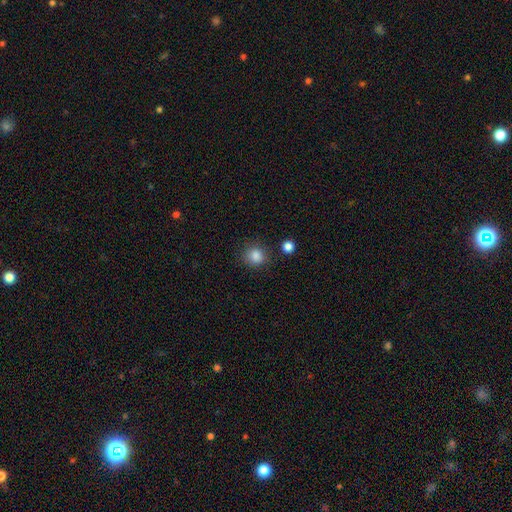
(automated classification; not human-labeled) Smooth or featured?
  - smooth: 86% *
  - star or artifact: 11%
  - featured or disk: 4%
How rounded?
  - round: 87% *
  - in between: 12%
  - cigar-shaped: 1%
Merging?
  - none: 83% *
  - minor disturbance: 10%
  - merger: 4%
  - major disturbance: 3%